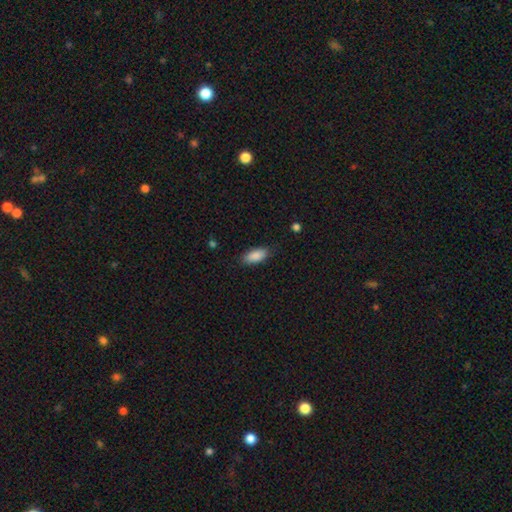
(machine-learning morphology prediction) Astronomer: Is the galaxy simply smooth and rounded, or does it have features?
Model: smooth — 89%.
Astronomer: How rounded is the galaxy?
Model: in between — 85%.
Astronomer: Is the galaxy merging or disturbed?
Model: none — 83%.